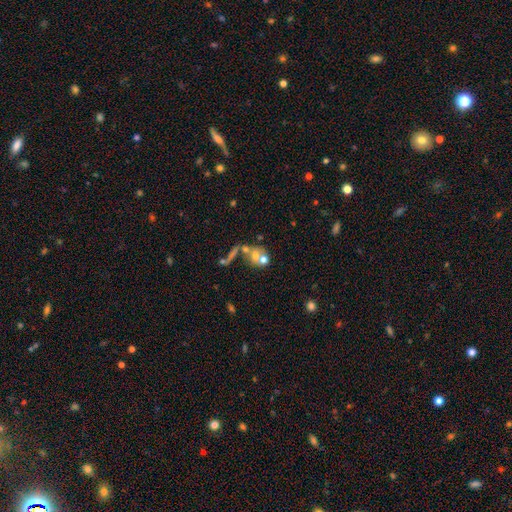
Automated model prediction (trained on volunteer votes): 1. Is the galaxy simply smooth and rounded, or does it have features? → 52% smooth, 32% featured or disk, 15% star or artifact.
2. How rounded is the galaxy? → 61% round, 36% in between, 3% cigar-shaped.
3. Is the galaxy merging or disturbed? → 53% merger, 29% none, 10% major disturbance, 8% minor disturbance.